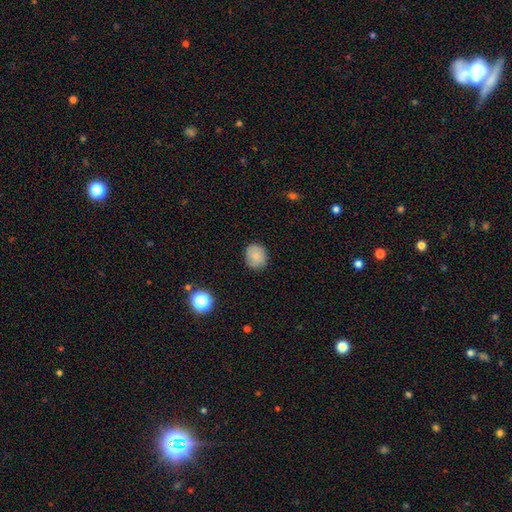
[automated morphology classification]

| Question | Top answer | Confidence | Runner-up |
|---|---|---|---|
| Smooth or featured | smooth | 82% | star or artifact (9%) |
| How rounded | round | 77% | in between (22%) |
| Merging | none | 86% | minor disturbance (10%) |